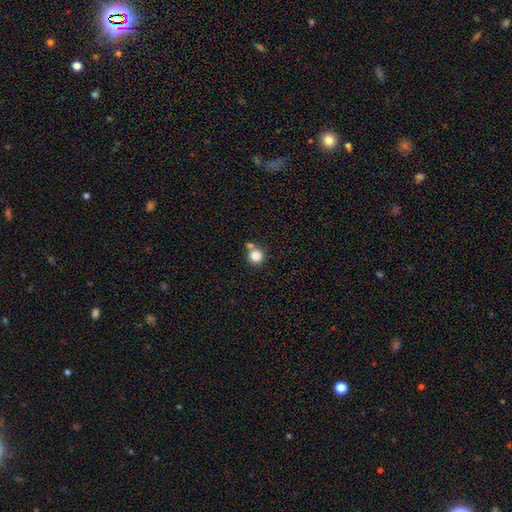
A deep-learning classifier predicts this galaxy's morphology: smooth 82%, star or artifact 11%, featured or disk 6%. Down the decision tree: how rounded — round (93%); merging — none (65%).